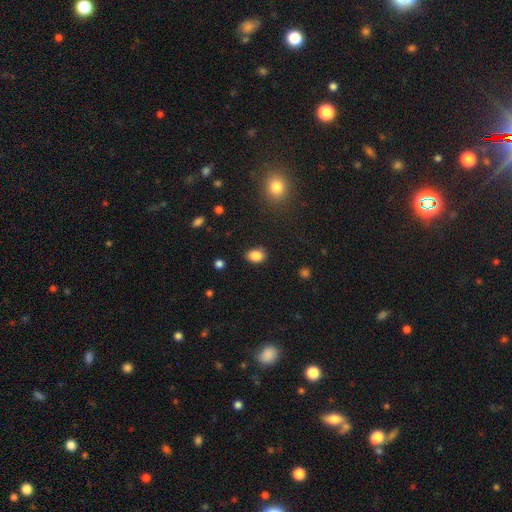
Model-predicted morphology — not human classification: smooth-or-featured: smooth: 86% | star or artifact: 10% | featured or disk: 4%
  how-rounded: in between: 69% | round: 30% | cigar-shaped: 1%
  merging: none: 84% | minor disturbance: 12% | major disturbance: 3% | merger: 1%